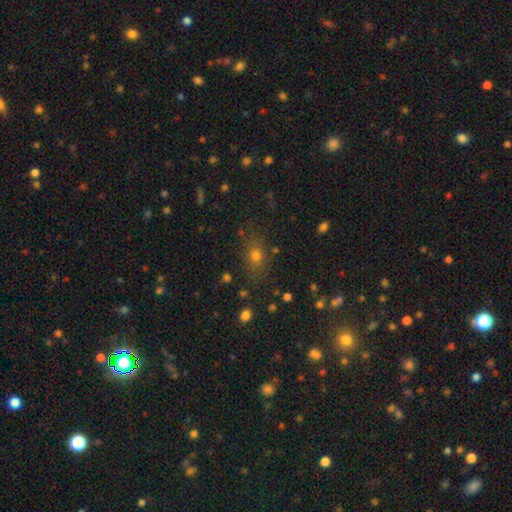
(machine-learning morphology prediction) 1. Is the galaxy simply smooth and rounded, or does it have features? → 66% smooth, 23% star or artifact, 11% featured or disk.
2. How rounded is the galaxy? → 51% in between, 45% round, 4% cigar-shaped.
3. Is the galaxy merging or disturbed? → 79% none, 13% minor disturbance, 4% major disturbance, 3% merger.